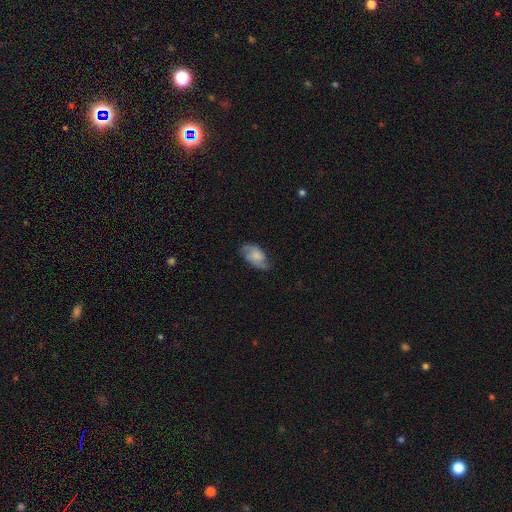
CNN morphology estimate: Smooth or featured: featured or disk — 48% (smooth — 44%)
Merging: none — 63% (minor disturbance — 26%)